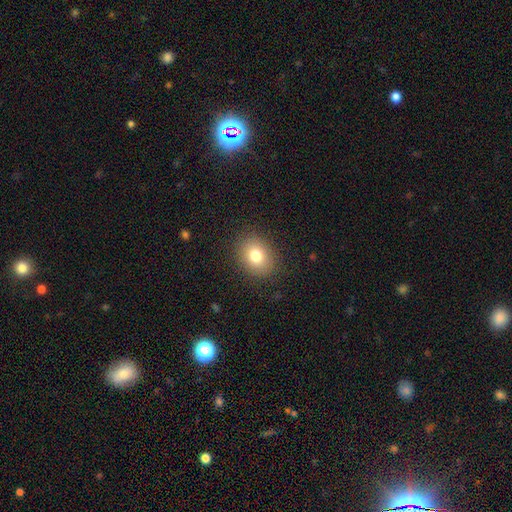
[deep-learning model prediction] This appears to be a smooth galaxy with no disk features (79%) that is round (50%). Merging: none (88%).